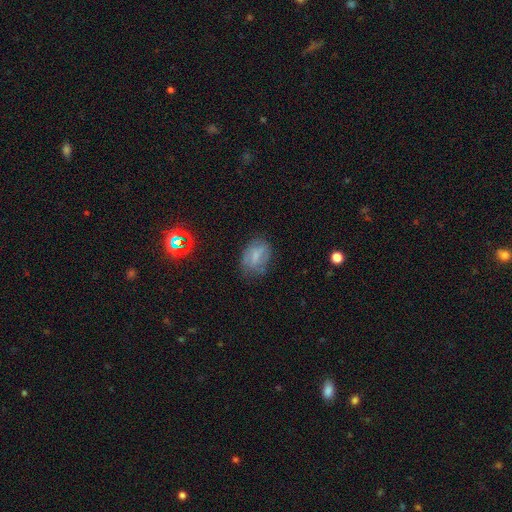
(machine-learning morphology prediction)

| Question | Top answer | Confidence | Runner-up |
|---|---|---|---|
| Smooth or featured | smooth | 59% | featured or disk (28%) |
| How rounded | in between | 79% | round (19%) |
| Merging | none | 66% | minor disturbance (23%) |